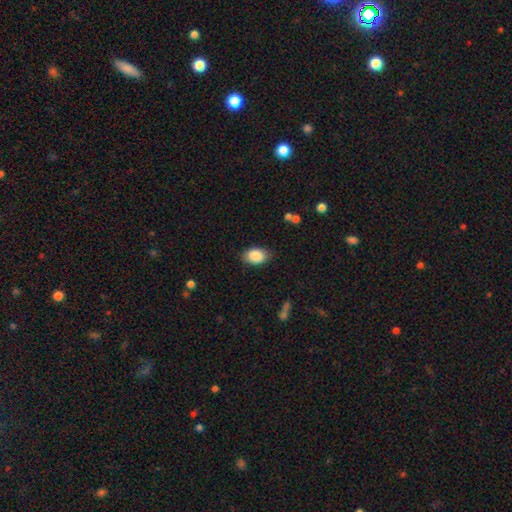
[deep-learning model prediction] Smooth or featured: smooth — 88% (star or artifact — 7%)
How rounded: in between — 87% (round — 12%)
Merging: none — 83% (minor disturbance — 13%)